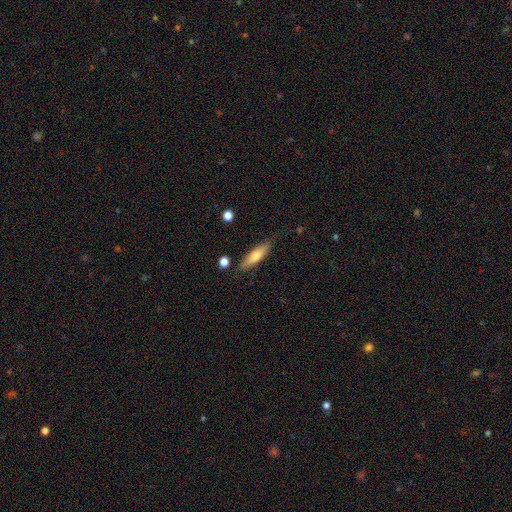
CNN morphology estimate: A smooth galaxy with no disk features (62%) that is cigar-shaped (72%). Merging: none (83%).